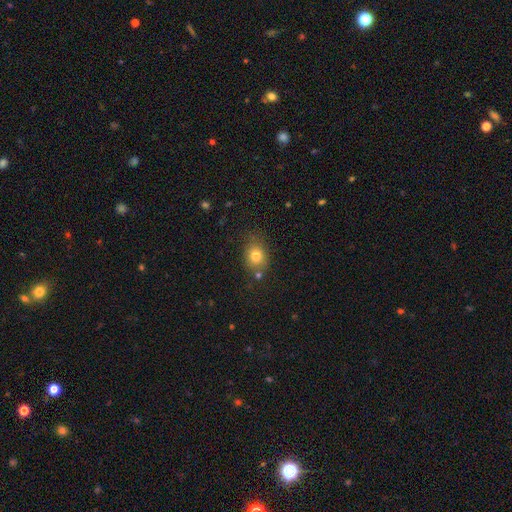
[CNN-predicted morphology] A smooth galaxy with no disk features (80%) that is round (55%).

Vote fractions:
- Smooth or featured? smooth: 80% / star or artifact: 11% / featured or disk: 9%
- How rounded? round: 55% / in between: 44% / cigar-shaped: 1%
- Merging? none: 71% / minor disturbance: 17% / merger: 7% / major disturbance: 5%